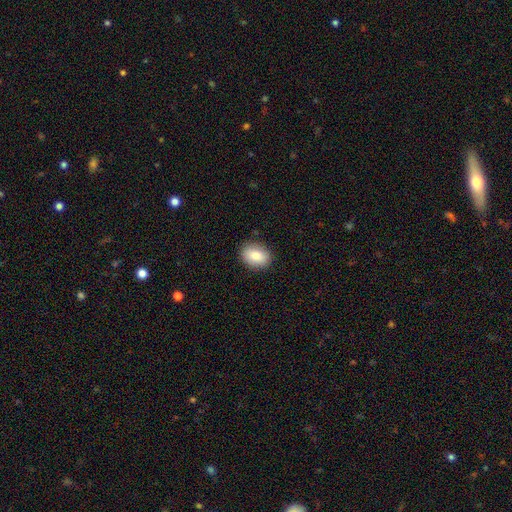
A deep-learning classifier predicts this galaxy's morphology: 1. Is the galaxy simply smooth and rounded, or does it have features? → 82% smooth, 10% featured or disk, 8% star or artifact.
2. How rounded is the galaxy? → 69% in between, 30% round, 1% cigar-shaped.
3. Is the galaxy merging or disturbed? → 87% none, 9% minor disturbance, 2% major disturbance, 1% merger.